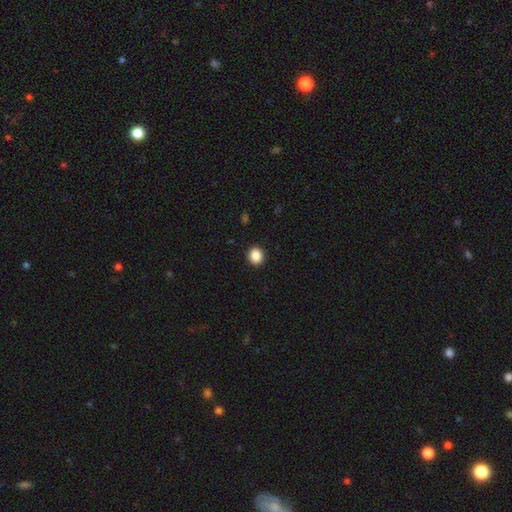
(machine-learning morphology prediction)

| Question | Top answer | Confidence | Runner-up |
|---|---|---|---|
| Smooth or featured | smooth | 88% | star or artifact (10%) |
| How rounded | round | 80% | in between (19%) |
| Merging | none | 92% | minor disturbance (5%) |